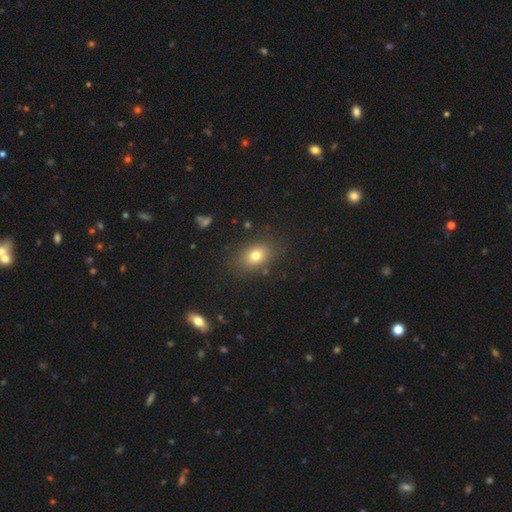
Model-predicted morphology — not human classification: Overall: smooth (78%). How rounded: in between (73%). Merging: none (83%).